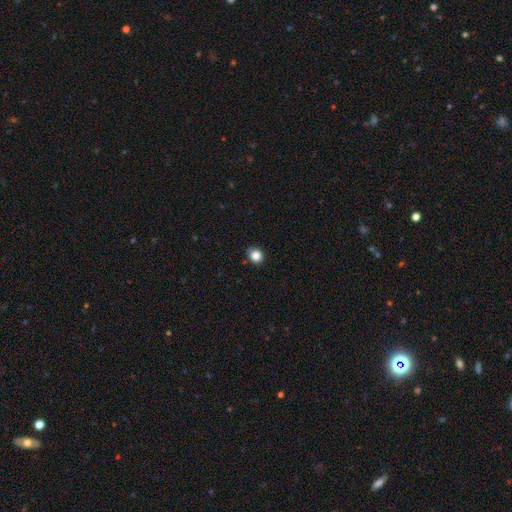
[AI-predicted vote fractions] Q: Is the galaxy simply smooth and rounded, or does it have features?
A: smooth — 83%.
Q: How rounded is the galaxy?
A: round — 76%.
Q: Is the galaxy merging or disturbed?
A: none — 85%.